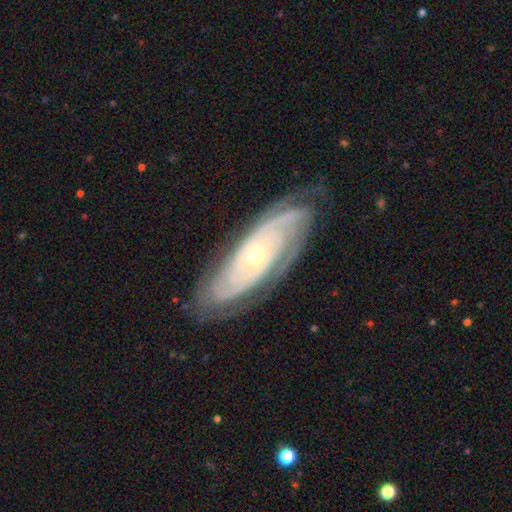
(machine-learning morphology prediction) Smooth or featured? featured or disk (88%)
Edge-on disk? no (91%)
Bar? no (76%)
Spiral arms? yes (97%)
Spiral winding? tight (78%)
Spiral arm count? can't tell (26%)
Bulge size? small (65%)
Merging? none (78%)